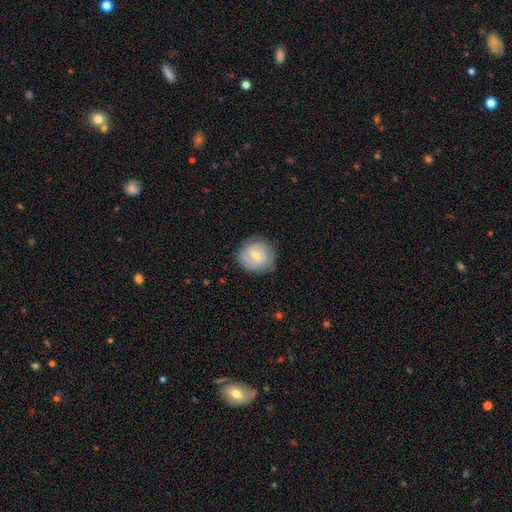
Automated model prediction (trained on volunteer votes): Smooth or featured? featured or disk (48%)
Merging? none (81%)